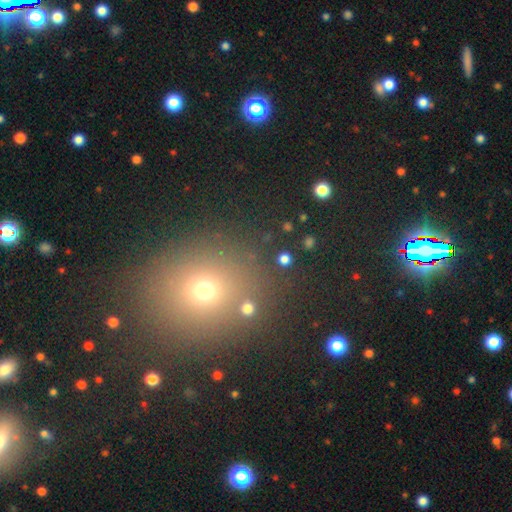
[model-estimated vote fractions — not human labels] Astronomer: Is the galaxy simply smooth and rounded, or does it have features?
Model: smooth — 55% (runner-up: star or artifact, 36%).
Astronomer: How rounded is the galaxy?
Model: round — 80%.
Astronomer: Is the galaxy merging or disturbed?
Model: none — 85%.